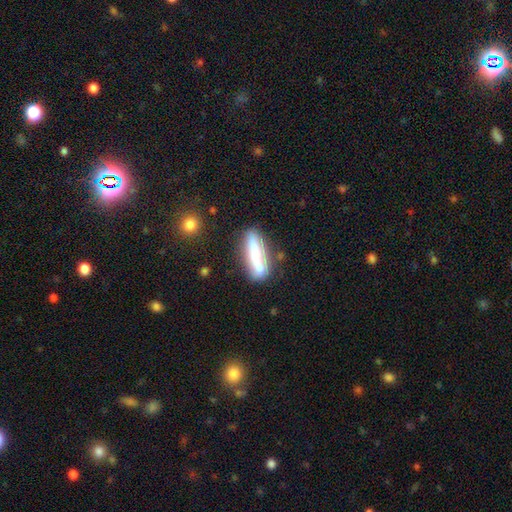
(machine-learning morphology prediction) smooth 58%, featured or disk 34%, star or artifact 8%. Down the decision tree: how rounded — cigar-shaped (70%); merging — none (67%).